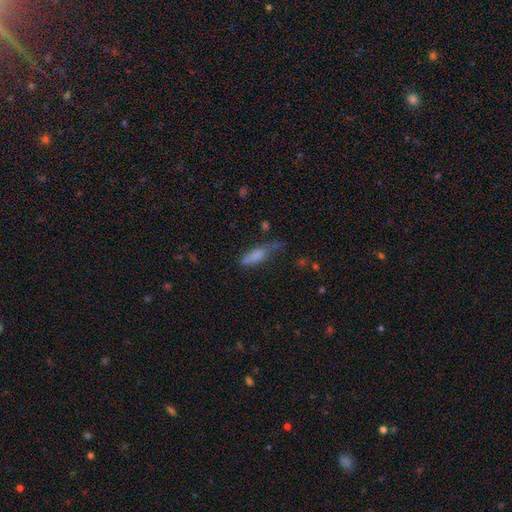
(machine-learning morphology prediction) smooth_or_featured: smooth (p=0.72) [alt: featured or disk p=0.18]
how_rounded: in between (p=0.51) [alt: cigar-shaped p=0.46]
merging: none (p=0.34) [alt: minor disturbance p=0.33]